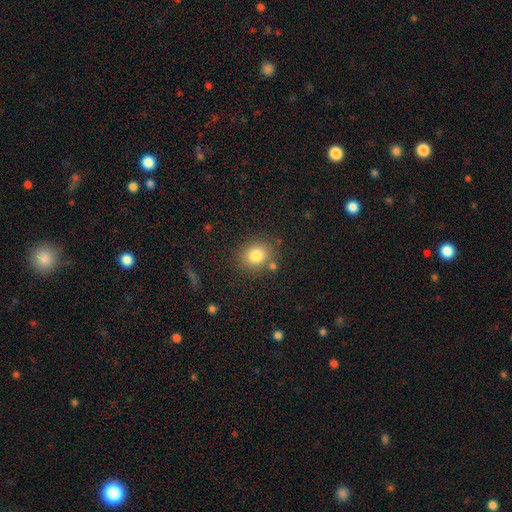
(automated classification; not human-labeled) Smooth or featured: smooth — 81% (star or artifact — 11%)
How rounded: round — 71% (in between — 28%)
Merging: none — 78% (minor disturbance — 11%)